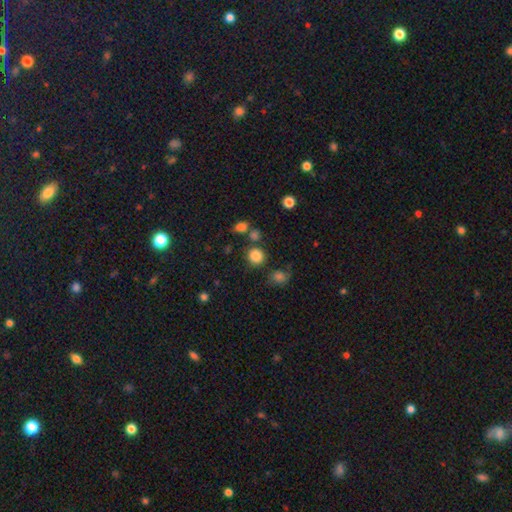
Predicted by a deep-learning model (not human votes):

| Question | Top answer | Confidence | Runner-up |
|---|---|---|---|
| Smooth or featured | smooth | 83% | star or artifact (12%) |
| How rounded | round | 88% | in between (11%) |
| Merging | none | 78% | merger (9%) |